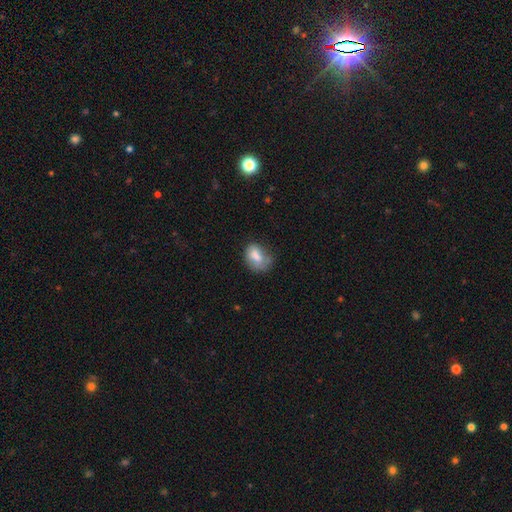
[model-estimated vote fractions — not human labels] Smooth or featured? smooth (73%)
How rounded? in between (76%)
Merging? none (42%)